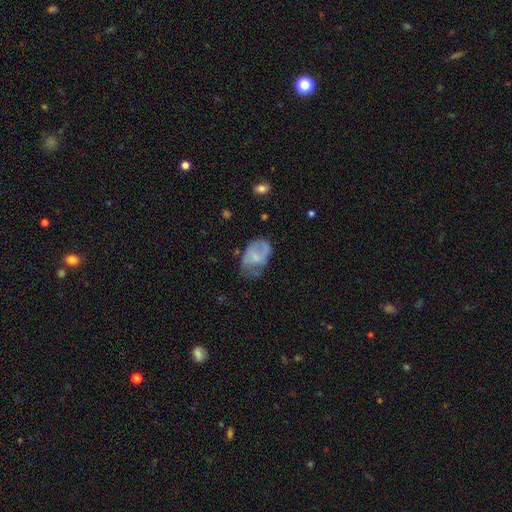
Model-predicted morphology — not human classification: Overall: smooth (55%; featured or disk 37%). How rounded: in between (86%). Merging: none (39%; minor disturbance 35%).